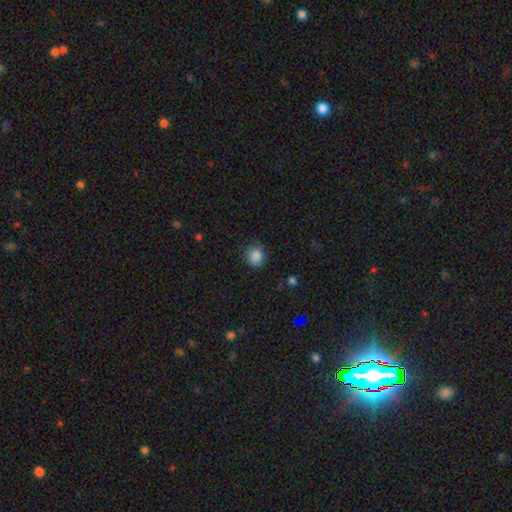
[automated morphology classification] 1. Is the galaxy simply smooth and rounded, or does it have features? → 84% smooth, 10% star or artifact, 5% featured or disk.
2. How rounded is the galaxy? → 81% round, 19% in between, 1% cigar-shaped.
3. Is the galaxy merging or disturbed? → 77% none, 18% minor disturbance, 4% major disturbance, 1% merger.